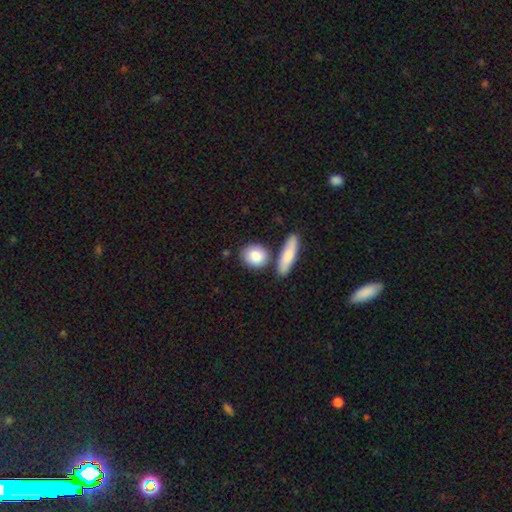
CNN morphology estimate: Smooth or featured: smooth — 83% (featured or disk — 11%)
How rounded: round — 57% (in between — 36%)
Merging: none — 71% (merger — 15%)